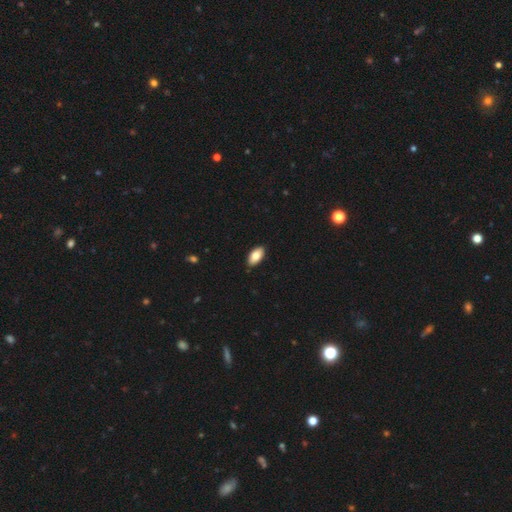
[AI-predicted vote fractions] This is clearly a smooth galaxy (81%). How rounded: clearly in between (93%). Merging: clearly none (88%).